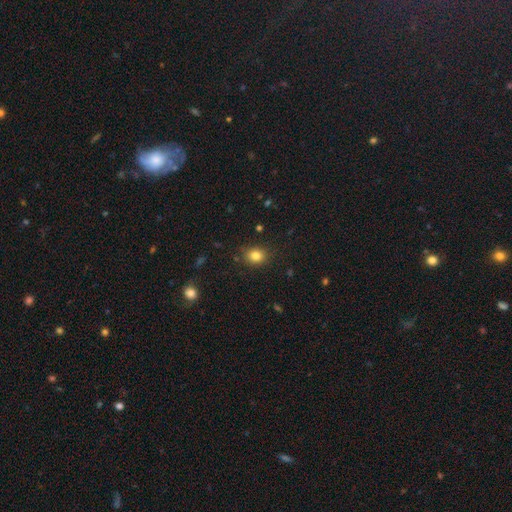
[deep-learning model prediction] Morphology: type=smooth (83%); roundness=round (60%); merging=none (87%).